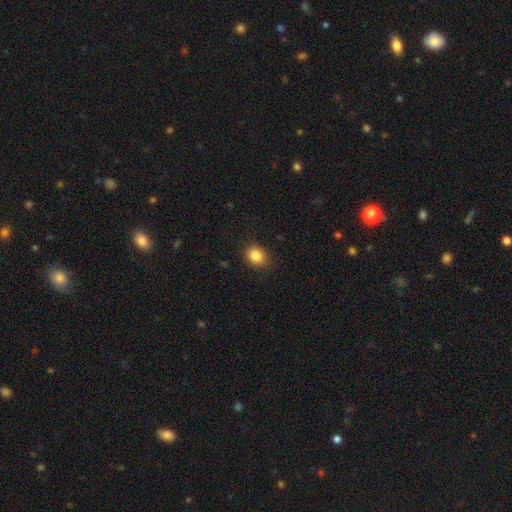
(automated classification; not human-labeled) Smooth or featured: smooth — 86% (star or artifact — 9%)
How rounded: round — 54% (in between — 45%)
Merging: none — 88% (minor disturbance — 9%)